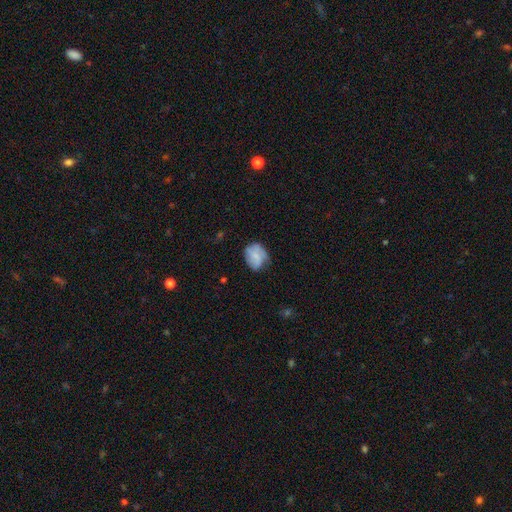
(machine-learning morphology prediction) smooth_or_featured: smooth (p=0.57) [alt: featured or disk p=0.35]
how_rounded: in between (p=0.52) [alt: round p=0.47]
merging: none (p=0.54) [alt: minor disturbance p=0.32]